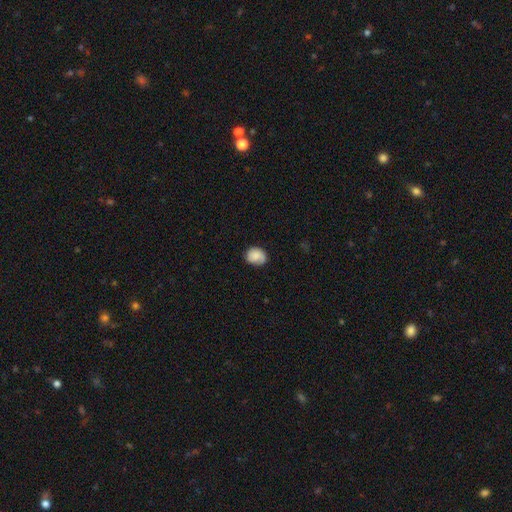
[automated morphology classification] smooth-or-featured: smooth: 68% | featured or disk: 24% | star or artifact: 8%
  how-rounded: round: 63% | in between: 36% | cigar-shaped: 1%
  merging: none: 69% | minor disturbance: 23% | major disturbance: 7% | merger: 1%